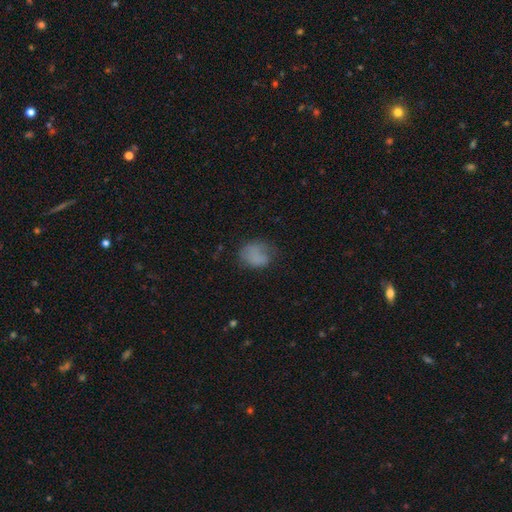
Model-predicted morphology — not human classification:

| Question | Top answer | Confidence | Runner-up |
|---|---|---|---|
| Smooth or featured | smooth | 75% | featured or disk (14%) |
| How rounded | in between | 51% | round (48%) |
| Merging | none | 47% | minor disturbance (30%) |